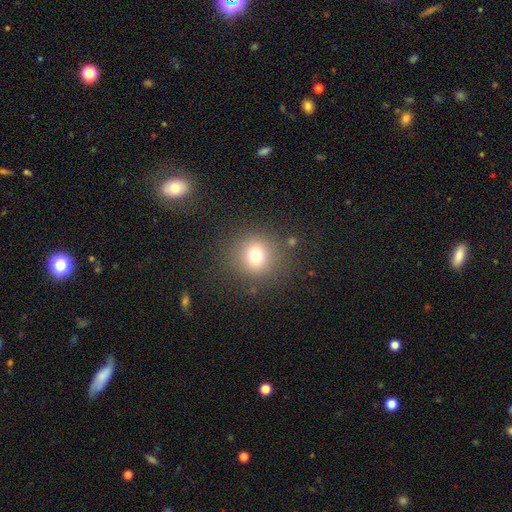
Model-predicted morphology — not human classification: smooth 74%, star or artifact 16%, featured or disk 10%. Down the decision tree: how rounded — round (92%); merging — none (85%).